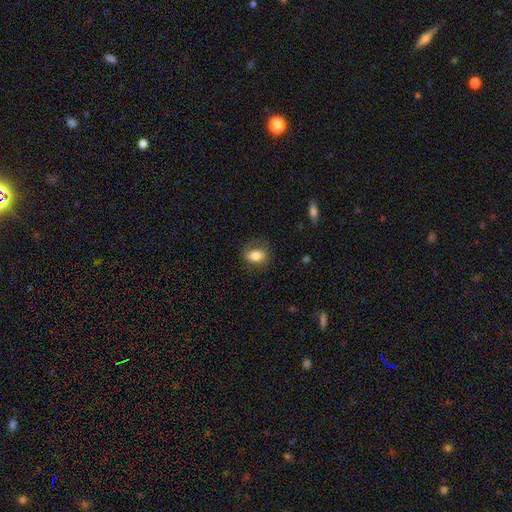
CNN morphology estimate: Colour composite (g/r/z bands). It shows a smooth galaxy with no disk features (71%) that is in between round and cigar-shaped (70%). Merging: none (70%).